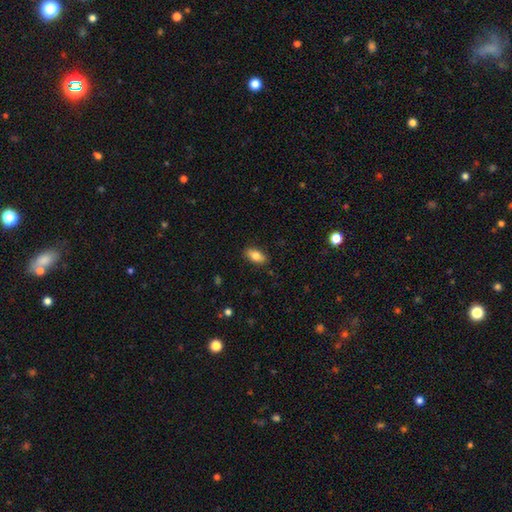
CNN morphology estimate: Smooth or featured: smooth — 80% (featured or disk — 12%)
How rounded: in between — 88% (cigar-shaped — 8%)
Merging: none — 88% (minor disturbance — 9%)